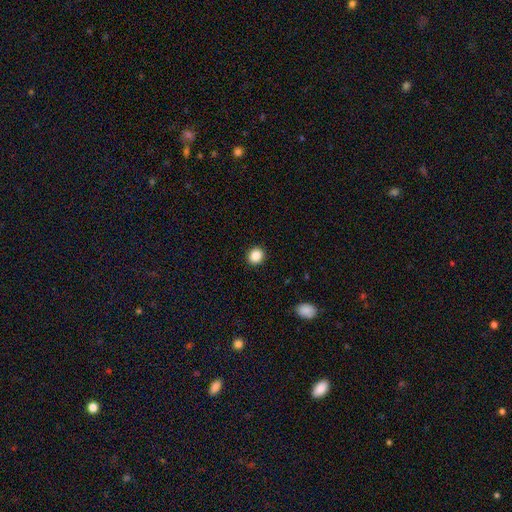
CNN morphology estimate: Smooth or featured: smooth — 87% (star or artifact — 10%)
How rounded: round — 85% (in between — 14%)
Merging: none — 93% (minor disturbance — 5%)